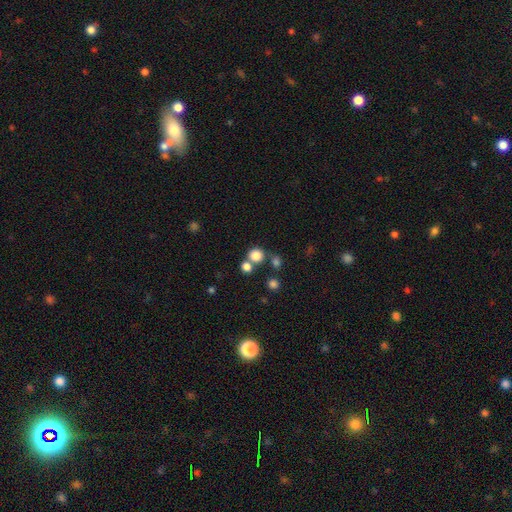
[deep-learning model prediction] smooth 80%, star or artifact 14%, featured or disk 6%. Down the decision tree: how rounded — round (86%); merging — none (62%).